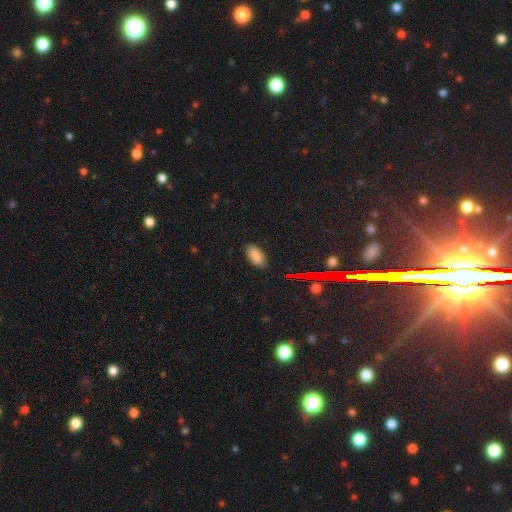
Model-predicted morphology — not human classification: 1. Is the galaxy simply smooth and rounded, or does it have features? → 84% smooth, 11% star or artifact, 5% featured or disk.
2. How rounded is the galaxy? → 92% in between, 5% cigar-shaped, 3% round.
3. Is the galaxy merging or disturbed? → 86% none, 11% minor disturbance, 2% major disturbance, 1% merger.